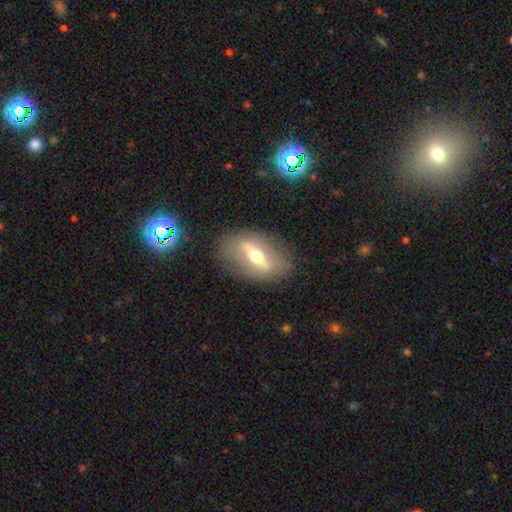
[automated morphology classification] Smooth or featured? Predicted: featured or disk (p=0.67). Edge-on disk? Predicted: no (p=0.72). Merging? Predicted: none (p=0.82).